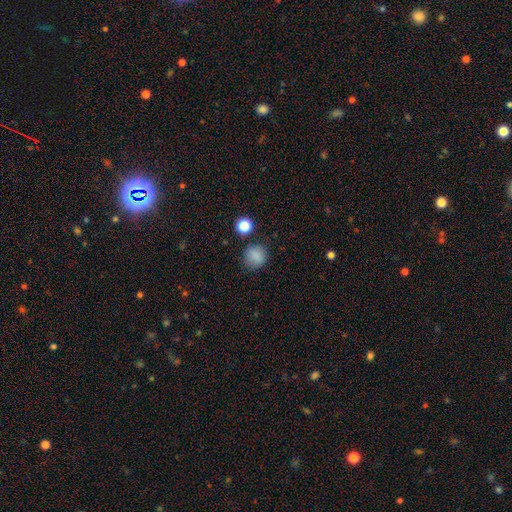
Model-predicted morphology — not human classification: type=smooth (84%); roundness=round (88%); merging=none (82%).